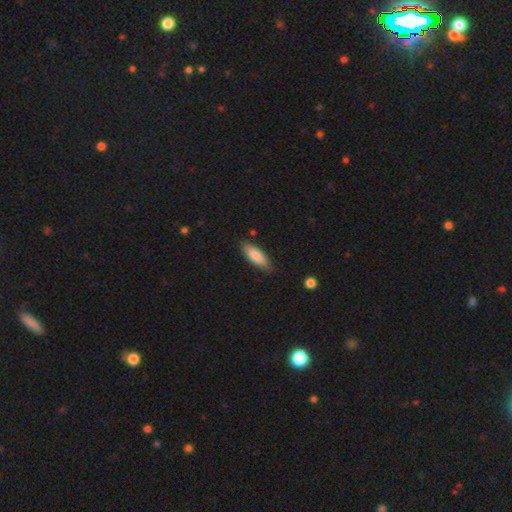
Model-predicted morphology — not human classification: Smooth or featured?
  - smooth: 82% *
  - featured or disk: 12%
  - star or artifact: 6%
How rounded?
  - in between: 59% *
  - cigar-shaped: 40%
  - round: 2%
Merging?
  - none: 83% *
  - minor disturbance: 13%
  - major disturbance: 2%
  - merger: 2%